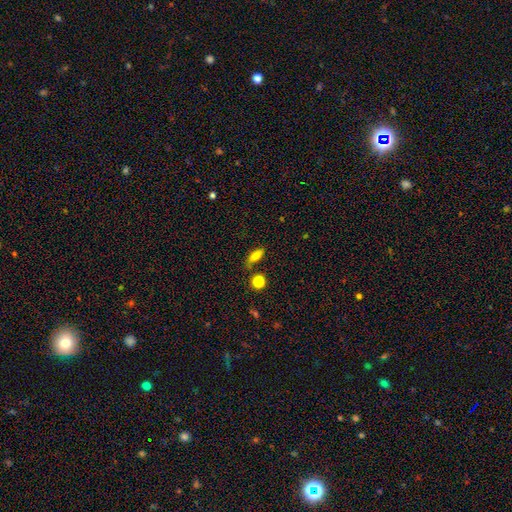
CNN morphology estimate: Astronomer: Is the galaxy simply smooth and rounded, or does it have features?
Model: smooth — 74%.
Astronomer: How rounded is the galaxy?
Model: in between — 70%.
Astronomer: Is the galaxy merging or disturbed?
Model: none — 65%.